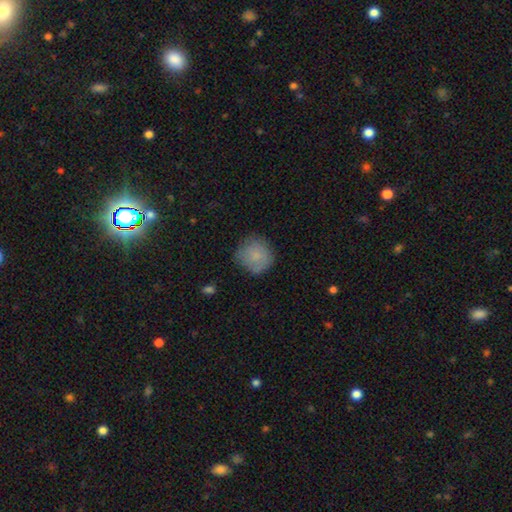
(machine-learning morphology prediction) A smooth galaxy with no disk features (80%) that is round (91%).

Vote fractions:
- Smooth or featured? smooth: 80% / featured or disk: 12% / star or artifact: 8%
- How rounded? round: 91% / in between: 8% / cigar-shaped: 1%
- Merging? none: 71% / minor disturbance: 21% / major disturbance: 5% / merger: 2%